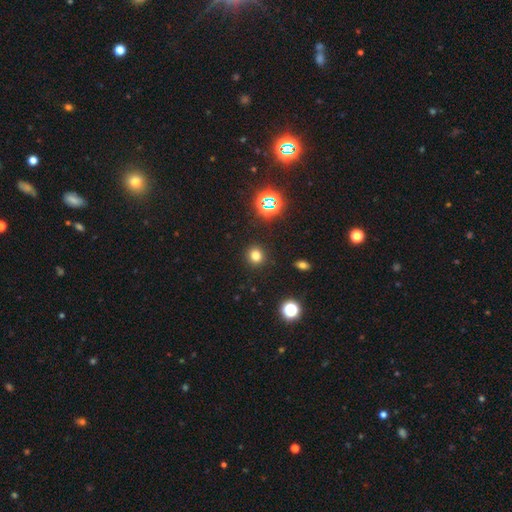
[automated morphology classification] This is likely a smooth galaxy (75%). How rounded: clearly round (88%). Merging: clearly none (90%).